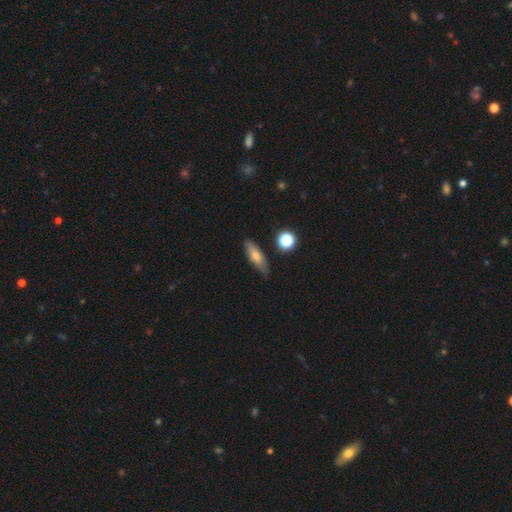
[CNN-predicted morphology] Smooth or featured? smooth (66%)
How rounded? in between (50%)
Merging? none (79%)